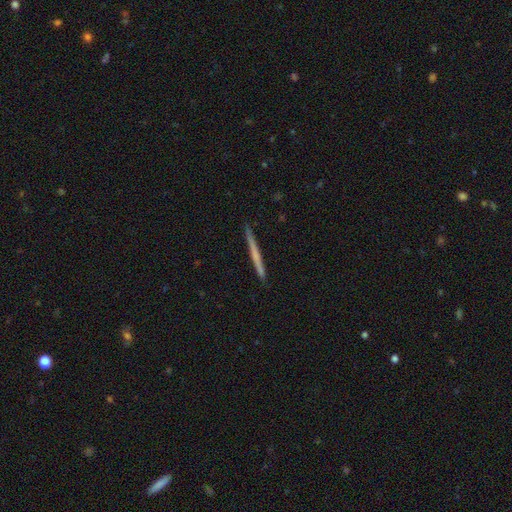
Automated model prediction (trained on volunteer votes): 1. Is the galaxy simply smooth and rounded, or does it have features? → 48% smooth, 47% featured or disk, 5% star or artifact.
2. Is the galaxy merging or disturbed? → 92% none, 6% minor disturbance, 1% major disturbance, 1% merger.